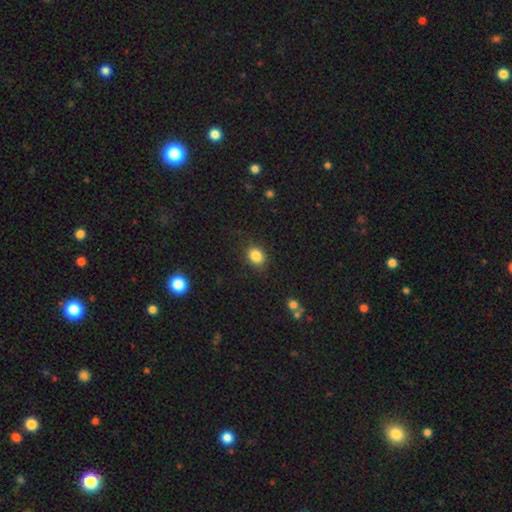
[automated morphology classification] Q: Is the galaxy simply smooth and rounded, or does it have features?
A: smooth — 85%.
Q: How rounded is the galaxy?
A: round — 51%.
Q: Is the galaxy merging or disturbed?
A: none — 84%.